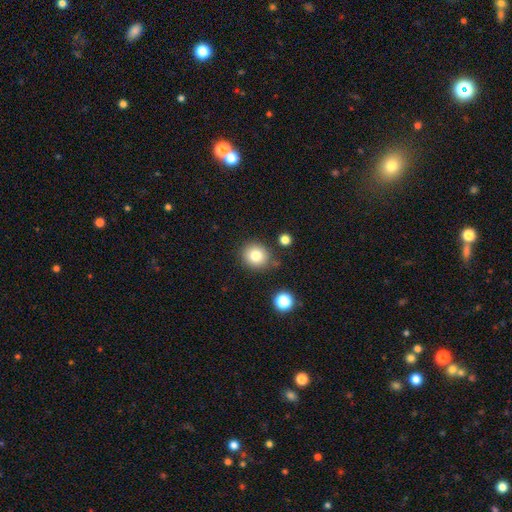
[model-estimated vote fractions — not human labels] This is clearly a smooth galaxy (81%). How rounded: clearly round (87%). Merging: clearly none (81%).